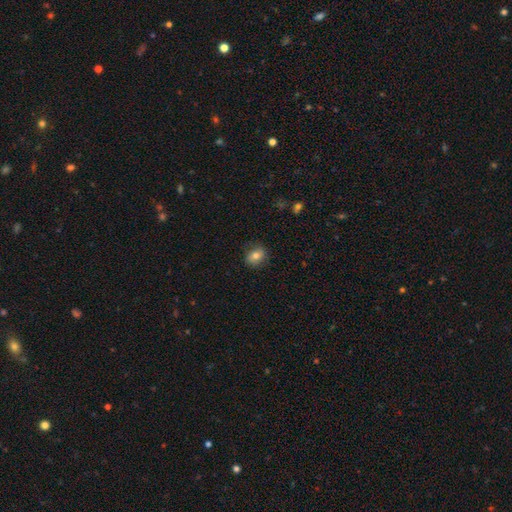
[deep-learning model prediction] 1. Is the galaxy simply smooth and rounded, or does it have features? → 76% smooth, 14% featured or disk, 10% star or artifact.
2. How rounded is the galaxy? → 53% in between, 46% round, 1% cigar-shaped.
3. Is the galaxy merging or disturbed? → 83% none, 13% minor disturbance, 3% major disturbance, 1% merger.